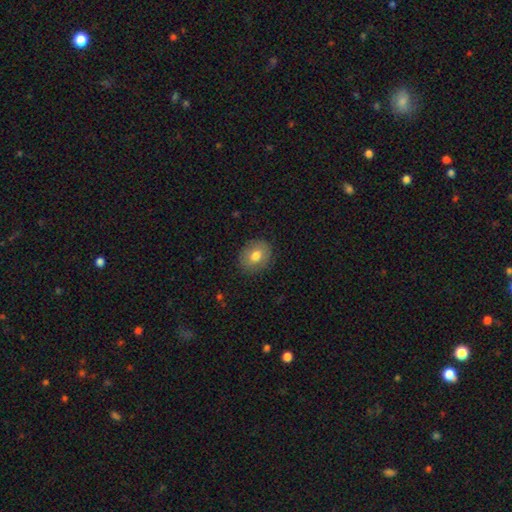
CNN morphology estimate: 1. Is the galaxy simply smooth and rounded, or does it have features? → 76% smooth, 16% featured or disk, 8% star or artifact.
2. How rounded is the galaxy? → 54% round, 45% in between, 1% cigar-shaped.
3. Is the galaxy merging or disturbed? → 85% none, 11% minor disturbance, 3% major disturbance, 1% merger.